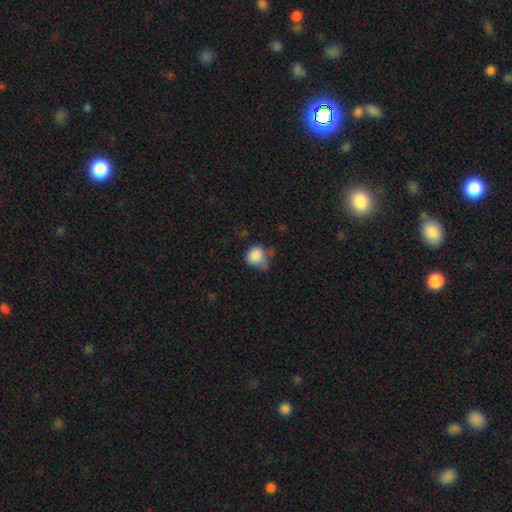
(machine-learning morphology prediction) smooth_or_featured: smooth (p=0.85) [alt: star or artifact p=0.09]
how_rounded: round (p=0.76) [alt: in between p=0.23]
merging: none (p=0.44) [alt: minor disturbance p=0.36]